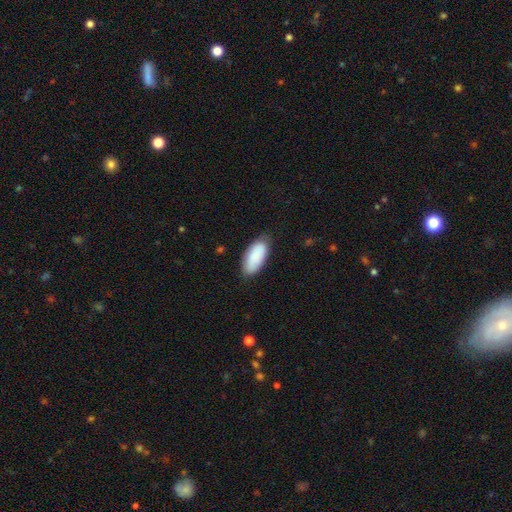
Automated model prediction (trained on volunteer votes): Smooth or featured? Predicted: smooth (p=0.87). How rounded? Predicted: in between (p=0.91). Merging? Predicted: none (p=0.78).